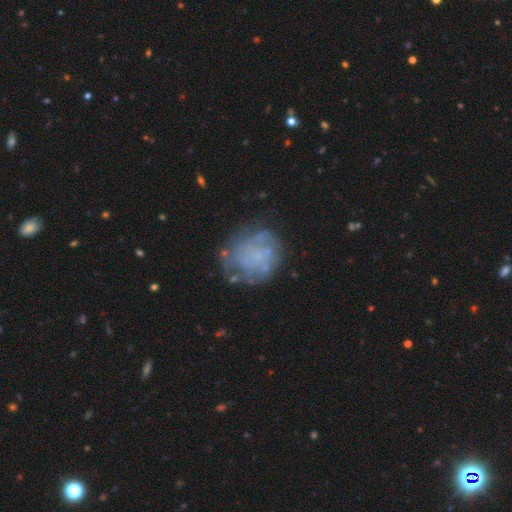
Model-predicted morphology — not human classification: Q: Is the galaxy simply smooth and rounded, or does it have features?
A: featured or disk — 58%.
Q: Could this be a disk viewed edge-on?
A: no — 98%.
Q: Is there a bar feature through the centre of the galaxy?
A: no — 87%.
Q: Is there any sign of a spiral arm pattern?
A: no — 53%.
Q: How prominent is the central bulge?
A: none — 57%.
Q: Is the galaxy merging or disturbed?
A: none — 63%.